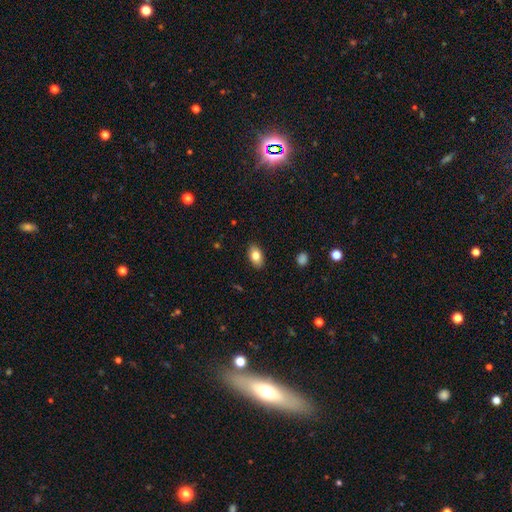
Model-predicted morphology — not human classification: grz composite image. It shows a smooth galaxy with no disk features (81%) that is in between round and cigar-shaped (91%). Merging: none (88%).